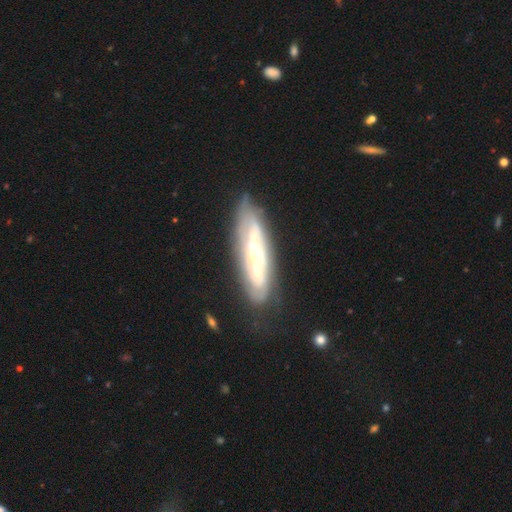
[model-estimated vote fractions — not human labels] Smooth or featured: featured or disk — 74% (smooth — 20%)
Edge-on disk: no — 67% (yes — 33%)
Merging: none — 74% (minor disturbance — 18%)